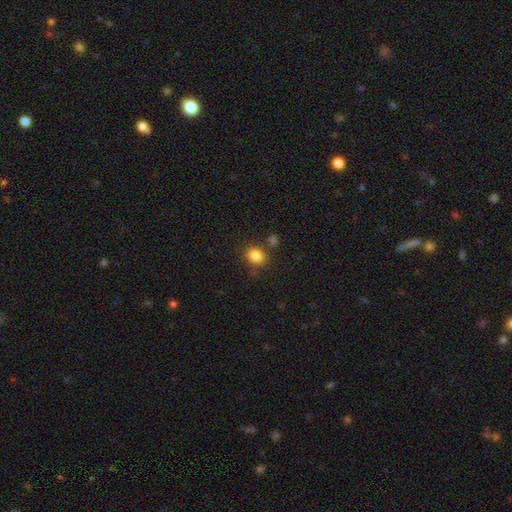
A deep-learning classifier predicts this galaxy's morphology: A smooth galaxy with no disk features (84%) that is round (62%). Merging: none (77%).